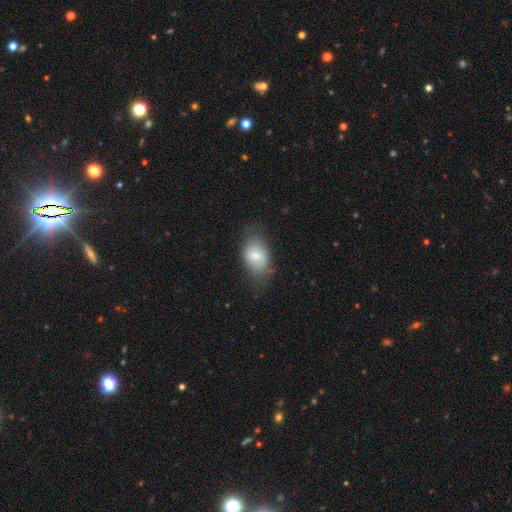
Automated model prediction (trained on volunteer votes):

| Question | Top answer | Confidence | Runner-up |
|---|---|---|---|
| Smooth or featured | smooth | 77% | featured or disk (15%) |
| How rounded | in between | 84% | round (14%) |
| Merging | none | 67% | minor disturbance (24%) |